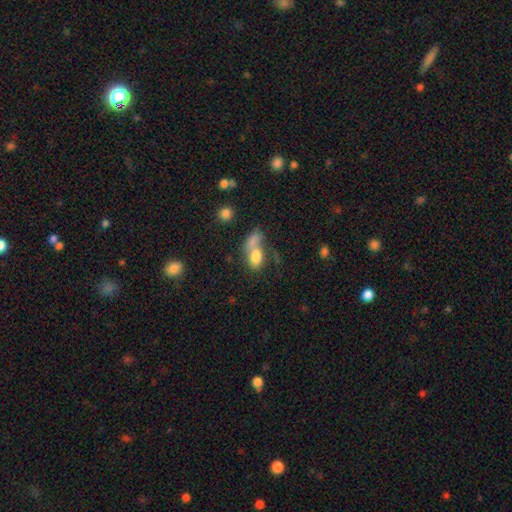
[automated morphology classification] A smooth galaxy with no disk features (76%) that is in between round and cigar-shaped (83%).

Vote fractions:
- Smooth or featured? smooth: 76% / featured or disk: 15% / star or artifact: 9%
- How rounded? in between: 83% / round: 12% / cigar-shaped: 4%
- Merging? merger: 50% / none: 26% / major disturbance: 12% / minor disturbance: 11%